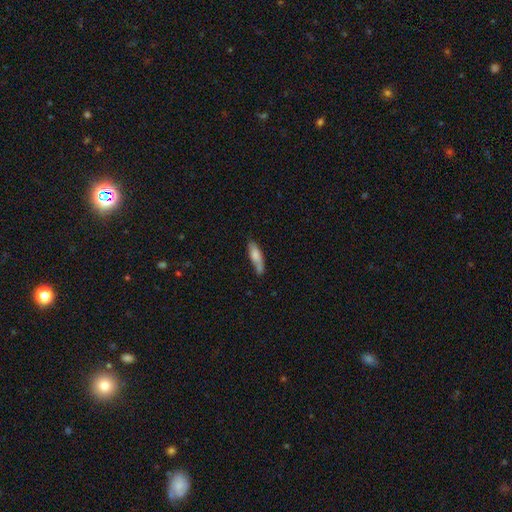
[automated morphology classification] Smooth or featured? smooth (76%)
How rounded? cigar-shaped (55%)
Merging? none (54%)